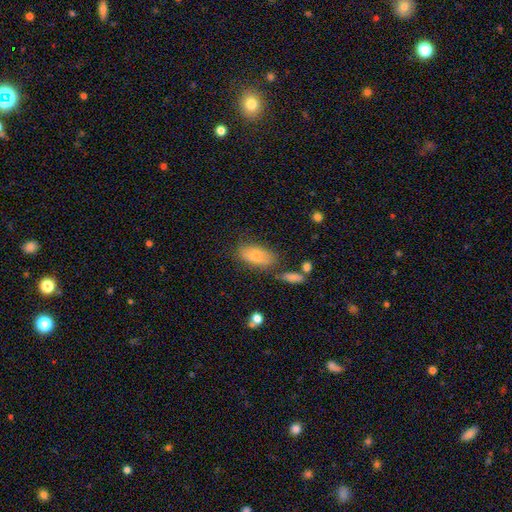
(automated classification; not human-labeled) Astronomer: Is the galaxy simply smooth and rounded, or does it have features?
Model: smooth — 77%.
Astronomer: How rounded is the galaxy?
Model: in between — 88%.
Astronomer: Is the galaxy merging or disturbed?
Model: none — 62%.